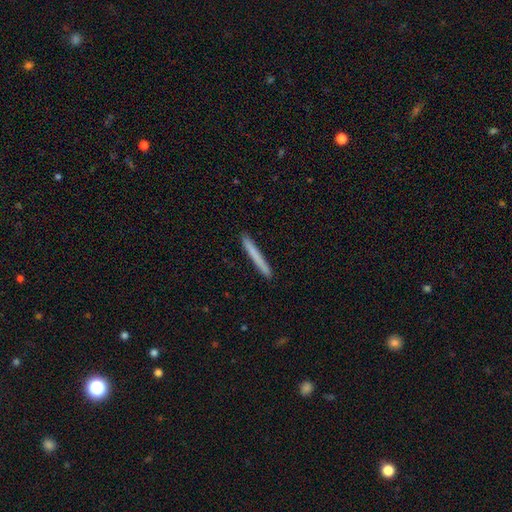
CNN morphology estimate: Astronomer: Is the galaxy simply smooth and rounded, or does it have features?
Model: smooth — 74%.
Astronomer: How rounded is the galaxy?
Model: cigar-shaped — 97%.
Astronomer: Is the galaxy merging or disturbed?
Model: none — 92%.